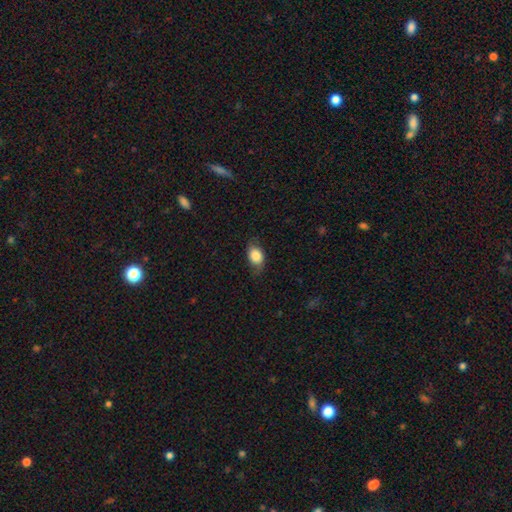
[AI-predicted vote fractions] Smooth or featured: smooth — 81% (featured or disk — 11%)
How rounded: in between — 81% (round — 17%)
Merging: none — 70% (minor disturbance — 23%)